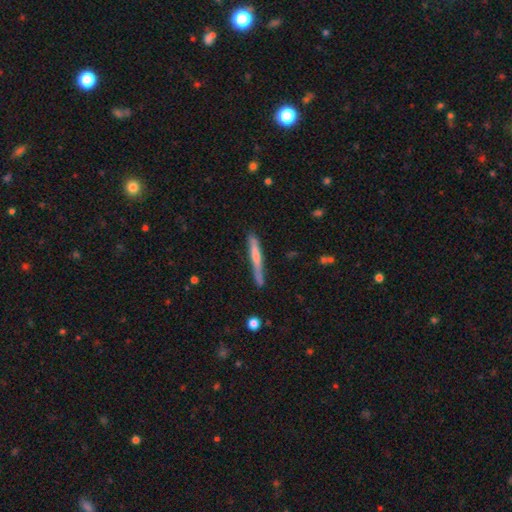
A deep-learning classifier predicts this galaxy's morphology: smooth-or-featured: featured or disk: 57% | smooth: 34% | star or artifact: 9%
  disk-edge-on: yes: 95% | no: 5%
    edge-on-bulge: rounded: 62% | none: 29% | boxy: 9%
  merging: none: 82% | minor disturbance: 12% | major disturbance: 3% | merger: 3%